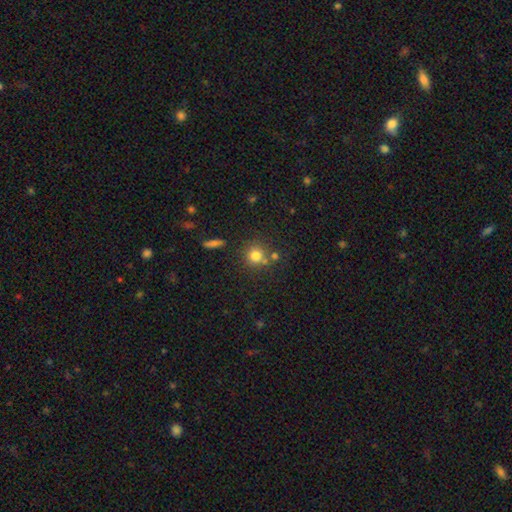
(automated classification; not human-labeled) Q: Smooth or featured?
A: smooth (77%); runner-up: star or artifact (14%)
Q: How rounded?
A: round (90%); runner-up: in between (9%)
Q: Merging?
A: none (67%); runner-up: merger (19%)